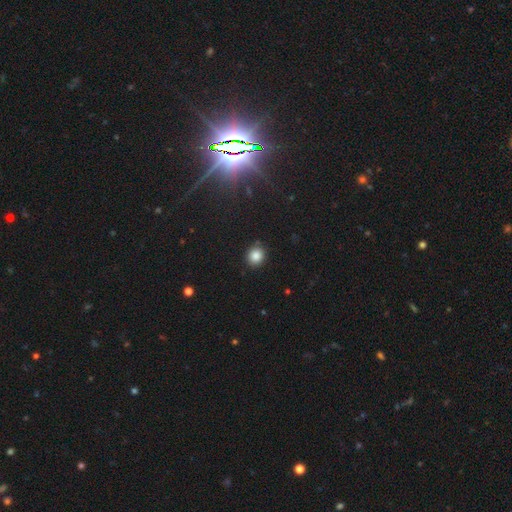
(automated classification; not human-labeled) Morphology: type=smooth (85%); roundness=round (86%); merging=none (87%).